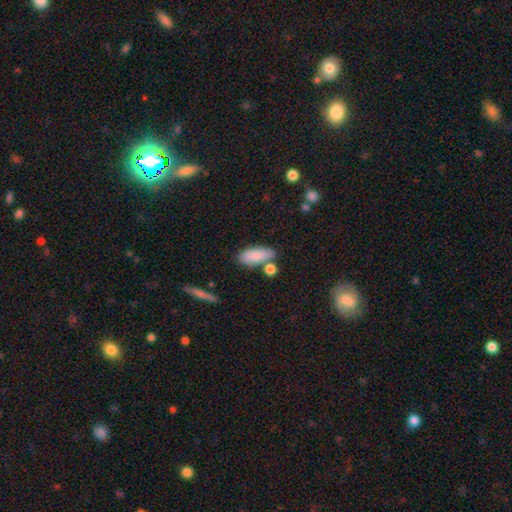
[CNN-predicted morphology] A smooth galaxy with no disk features (85%) that is in between round and cigar-shaped (80%).

Vote fractions:
- Smooth or featured? smooth: 85% / featured or disk: 9% / star or artifact: 7%
- How rounded? in between: 80% / cigar-shaped: 17% / round: 3%
- Merging? none: 65% / merger: 16% / minor disturbance: 15% / major disturbance: 4%